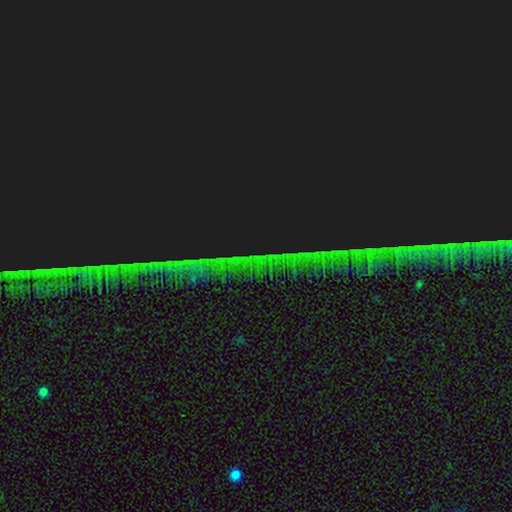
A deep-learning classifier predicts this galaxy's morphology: Overall: star or artifact (85%).